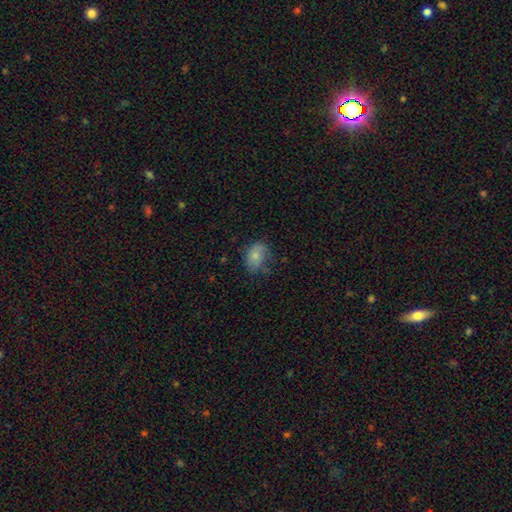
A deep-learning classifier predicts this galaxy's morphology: The model was most divided on "merging": none: 50%, minor disturbance: 32%, major disturbance: 16%, merger: 2%. More confident: smooth or featured — smooth (75%); how rounded — in between (71%).